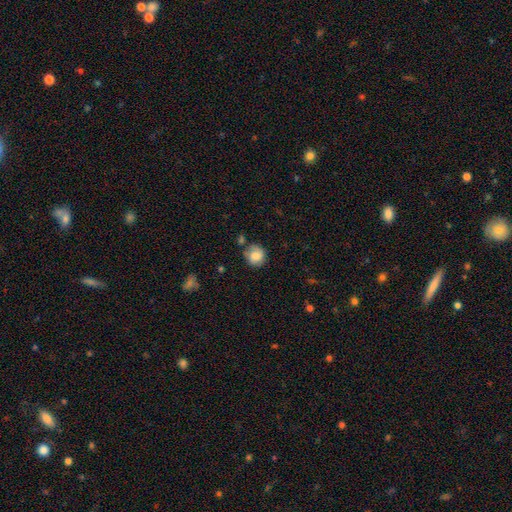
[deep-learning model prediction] smooth 78%, featured or disk 14%, star or artifact 9%. Down the decision tree: how rounded — round (86%); merging — none (67%).